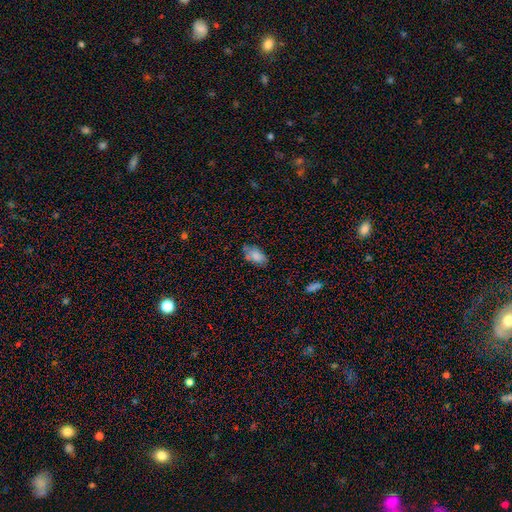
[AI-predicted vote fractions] This appears to be a smooth galaxy with no disk features (81%) that is in between round and cigar-shaped (93%). Merging: none (67%).